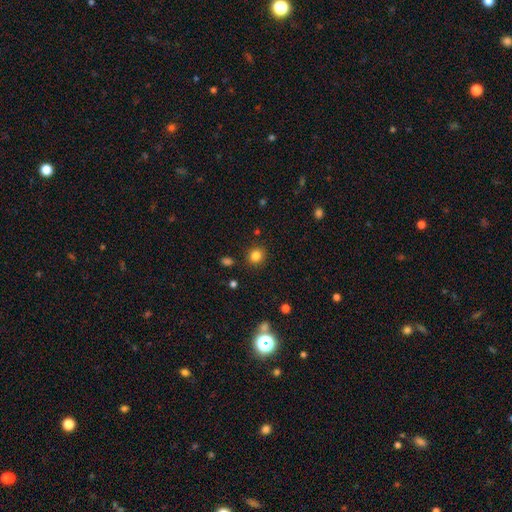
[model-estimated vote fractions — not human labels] Q: Smooth or featured?
A: smooth (83%); runner-up: star or artifact (12%)
Q: How rounded?
A: round (83%); runner-up: in between (16%)
Q: Merging?
A: none (89%); runner-up: minor disturbance (7%)